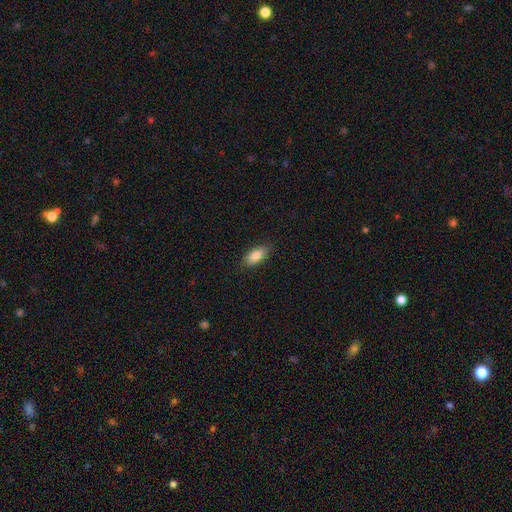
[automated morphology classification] Smooth or featured? Predicted: smooth (p=0.85). How rounded? Predicted: in between (p=0.89). Merging? Predicted: none (p=0.84).